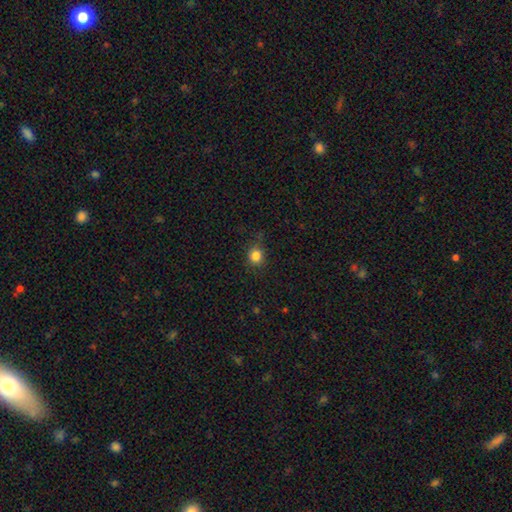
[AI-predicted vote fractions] Smooth or featured? Predicted: smooth (p=0.83). How rounded? Predicted: round (p=0.84). Merging? Predicted: none (p=0.79).